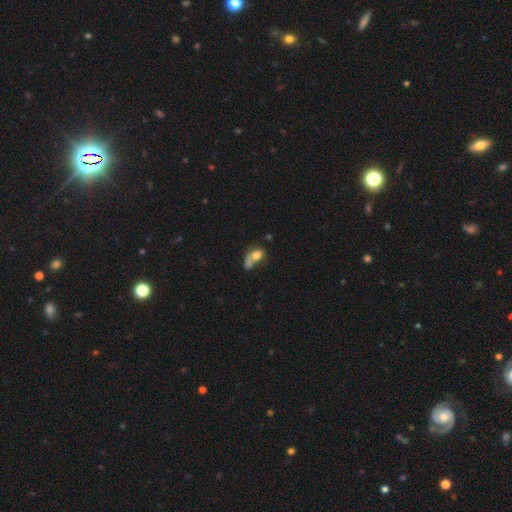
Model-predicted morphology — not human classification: Smooth or featured: smooth — 69% (featured or disk — 21%)
How rounded: in between — 75% (round — 21%)
Merging: merger — 40% (none — 24%)